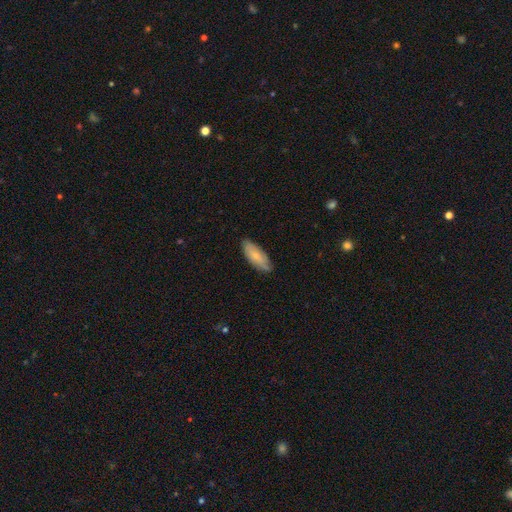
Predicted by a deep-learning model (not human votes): Smooth or featured?
  - smooth: 66% *
  - featured or disk: 29%
  - star or artifact: 6%
How rounded?
  - in between: 77% *
  - cigar-shaped: 21%
  - round: 2%
Merging?
  - none: 78% *
  - minor disturbance: 18%
  - major disturbance: 3%
  - merger: 1%